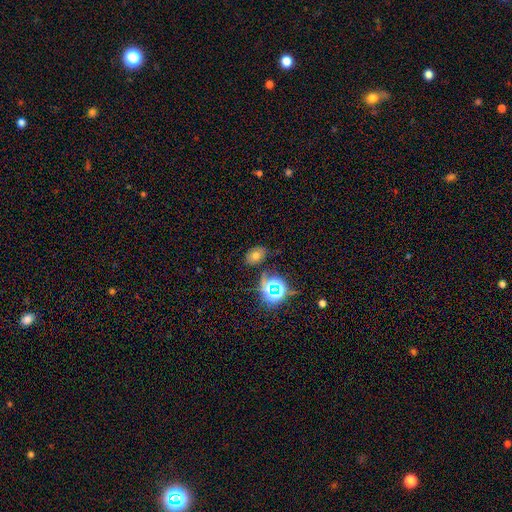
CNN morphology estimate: The model was most divided on "smooth or featured": smooth: 58%, star or artifact: 27%, featured or disk: 15%. More confident: how rounded — in between (78%); merging — none (74%).